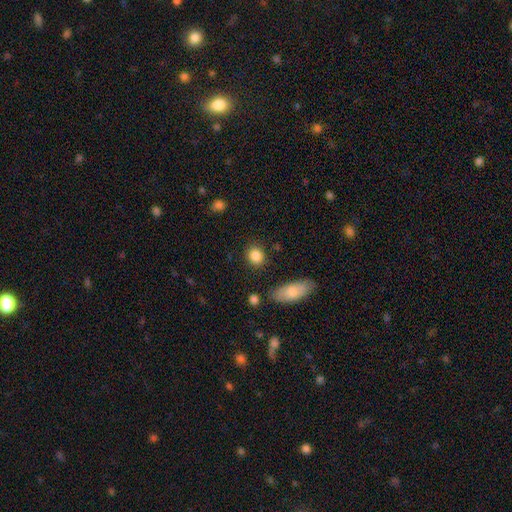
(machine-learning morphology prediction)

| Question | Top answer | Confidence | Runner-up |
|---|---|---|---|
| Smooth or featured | smooth | 87% | star or artifact (8%) |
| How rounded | round | 68% | in between (30%) |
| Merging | none | 85% | minor disturbance (9%) |